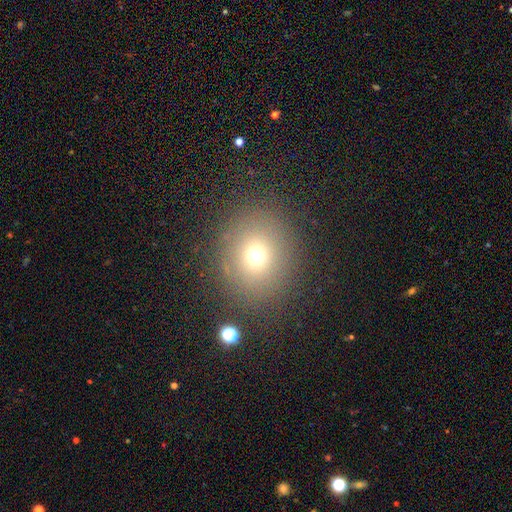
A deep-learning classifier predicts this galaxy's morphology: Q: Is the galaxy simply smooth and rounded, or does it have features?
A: smooth — 69%.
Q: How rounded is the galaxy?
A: round — 77%.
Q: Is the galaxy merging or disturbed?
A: none — 84%.